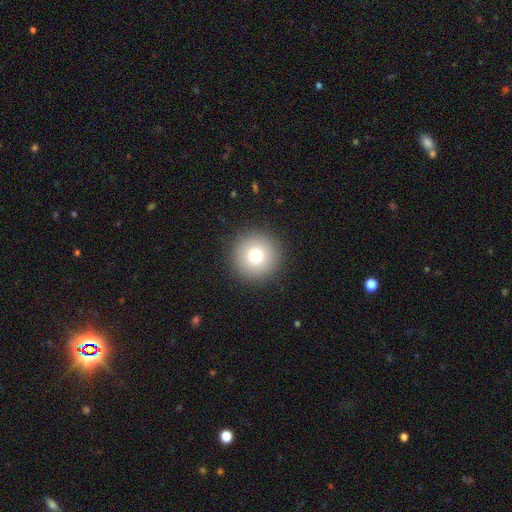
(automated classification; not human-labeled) The model was most divided on "smooth or featured": smooth: 78%, star or artifact: 11%, featured or disk: 11%. More confident: how rounded — round (97%); merging — none (92%).